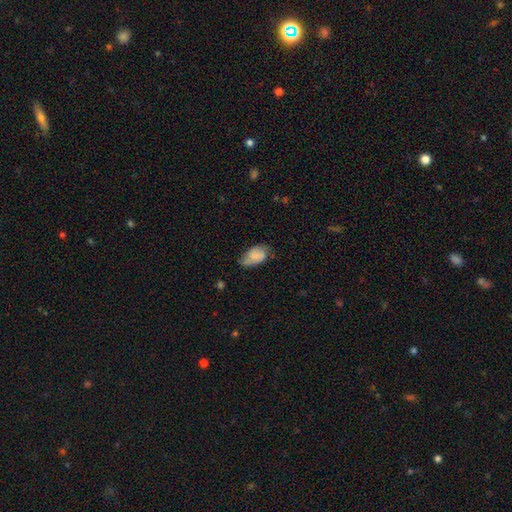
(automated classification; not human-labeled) Smooth or featured: smooth — 67% (featured or disk — 25%)
How rounded: in between — 92% (round — 6%)
Merging: none — 53% (minor disturbance — 35%)